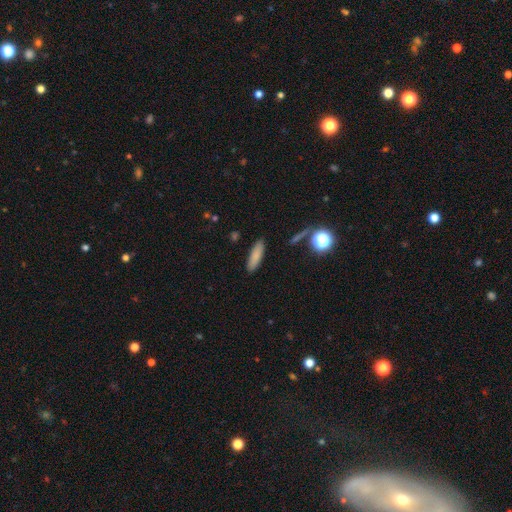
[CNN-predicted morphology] smooth_or_featured: smooth (p=0.82) [alt: star or artifact p=0.09]
how_rounded: cigar-shaped (p=0.56) [alt: in between p=0.41]
merging: none (p=0.88) [alt: minor disturbance p=0.09]